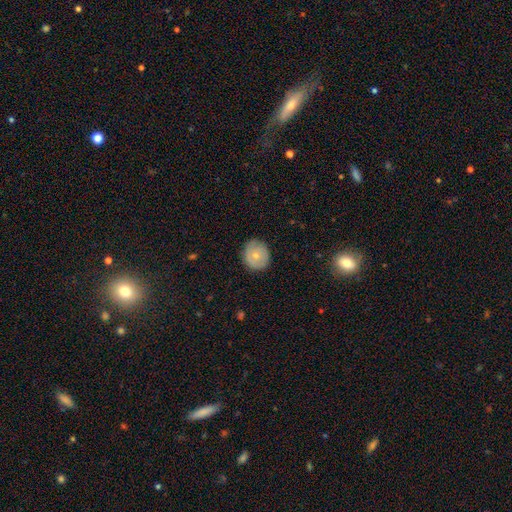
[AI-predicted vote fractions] This is likely a smooth galaxy (68%). How rounded: clearly round (86%). Merging: clearly none (84%).